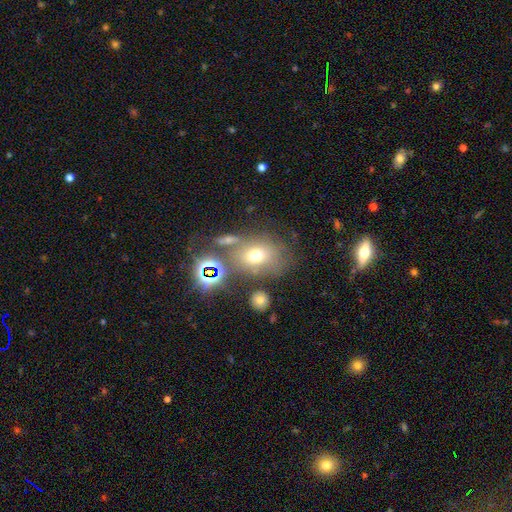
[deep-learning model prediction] Smooth or featured? Predicted: smooth (p=0.63). How rounded? Predicted: in between (p=0.63). Merging? Predicted: none (p=0.56).